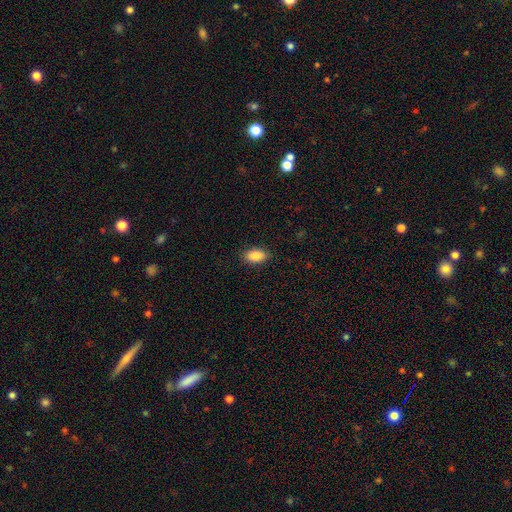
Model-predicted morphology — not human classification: Smooth or featured: smooth — 89% (star or artifact — 7%)
How rounded: in between — 92% (round — 5%)
Merging: none — 88% (minor disturbance — 9%)